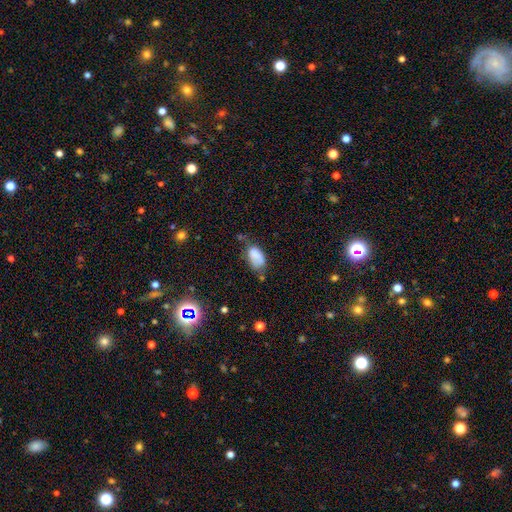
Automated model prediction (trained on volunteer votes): smooth-or-featured: smooth: 78% | featured or disk: 12% | star or artifact: 10%
  how-rounded: in between: 91% | round: 7% | cigar-shaped: 2%
  merging: none: 37% | minor disturbance: 36% | major disturbance: 17% | merger: 10%